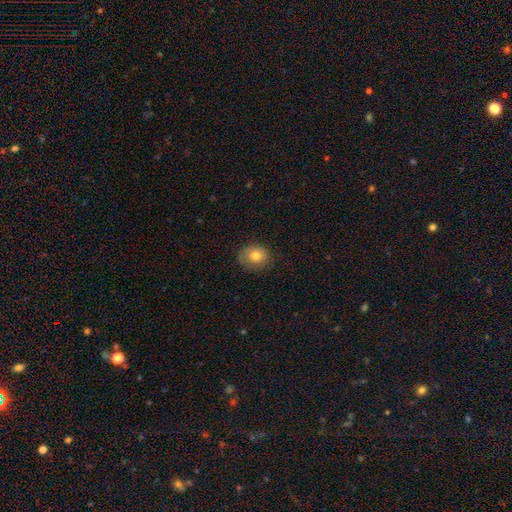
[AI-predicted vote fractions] Overall: smooth (77%). How rounded: round (62%; in between 37%). Merging: none (75%).